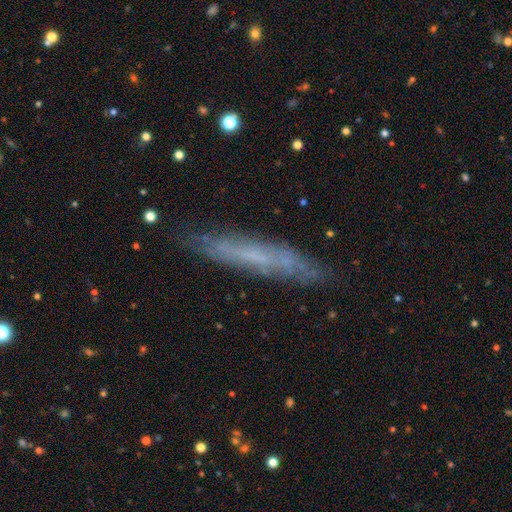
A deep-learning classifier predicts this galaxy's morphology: Overall: featured or disk (52%; smooth 39%). Edge-on disk: yes (74%). Merging: none (82%).